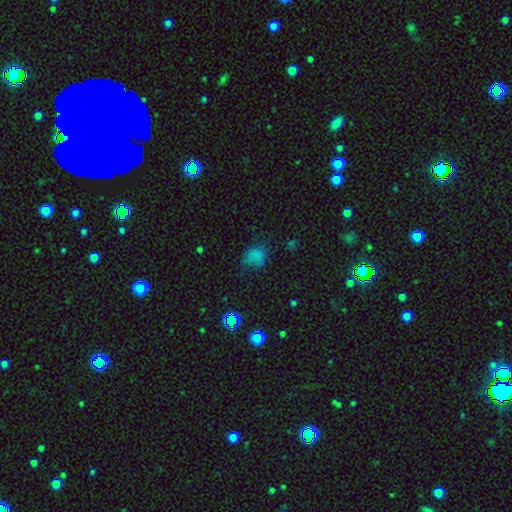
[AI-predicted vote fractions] Q: Smooth or featured?
A: smooth (69%); runner-up: star or artifact (22%)
Q: How rounded?
A: round (55%); runner-up: in between (44%)
Q: Merging?
A: none (50%); runner-up: minor disturbance (30%)